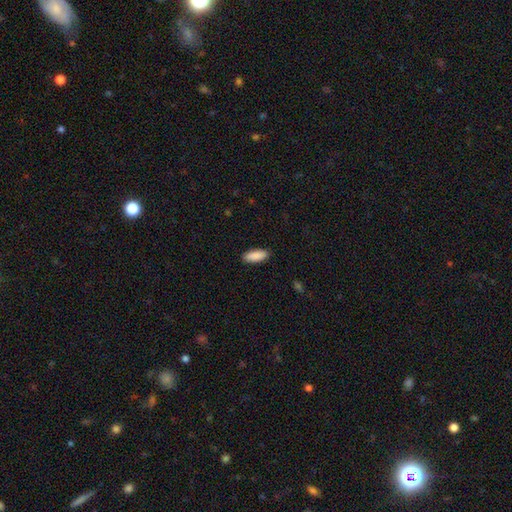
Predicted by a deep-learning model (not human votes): Morphology: type=smooth (90%); roundness=in between (73%); merging=none (90%).